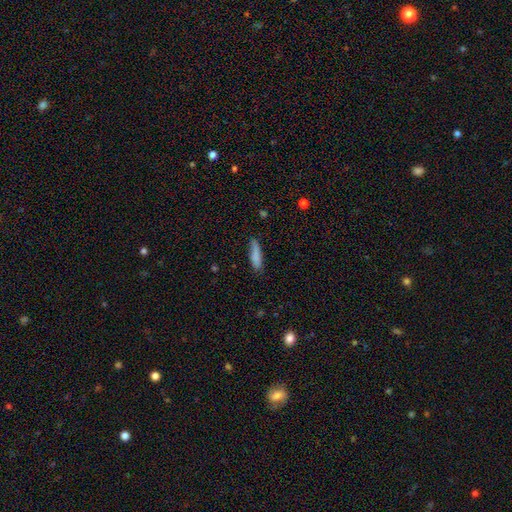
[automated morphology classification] smooth-or-featured: smooth: 84% | featured or disk: 10% | star or artifact: 7%
  how-rounded: cigar-shaped: 74% | in between: 25% | round: 1%
  merging: none: 75% | minor disturbance: 19% | major disturbance: 4% | merger: 2%